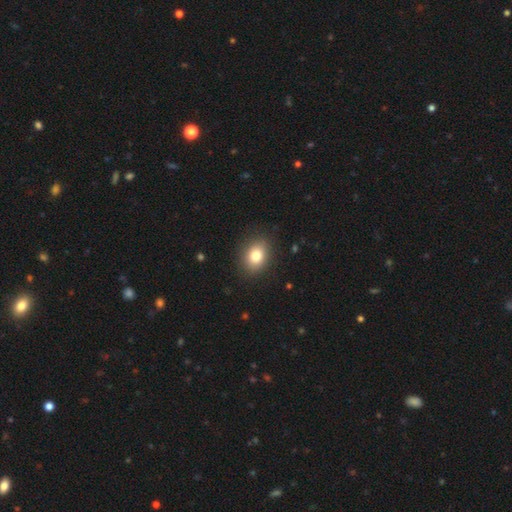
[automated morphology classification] type=smooth (81%); roundness=in between (58%); merging=none (88%).